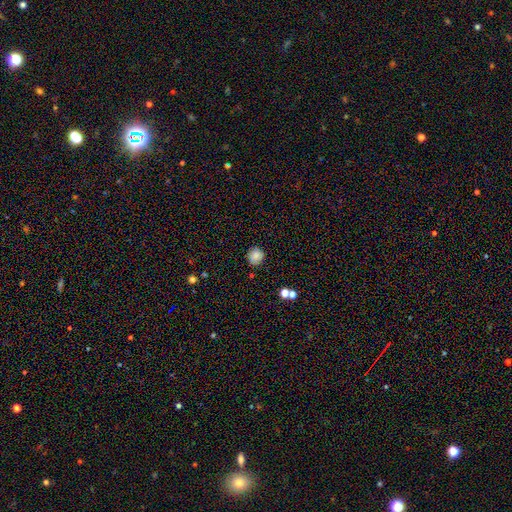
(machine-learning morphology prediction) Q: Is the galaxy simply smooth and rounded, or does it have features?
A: smooth — 83%.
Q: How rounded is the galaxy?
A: round — 87%.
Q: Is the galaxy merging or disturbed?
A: none — 83%.